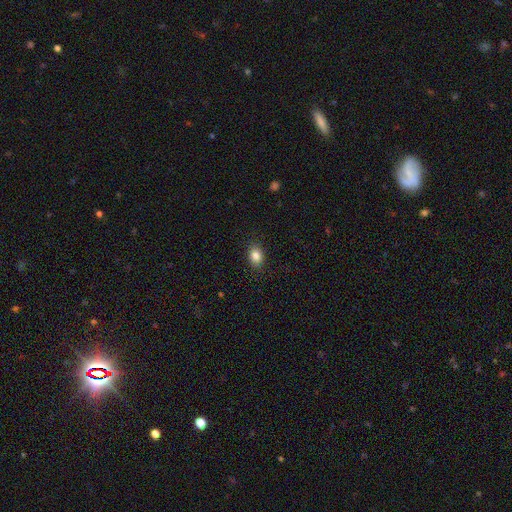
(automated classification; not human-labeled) smooth 85%, star or artifact 10%, featured or disk 6%. Down the decision tree: how rounded — in between (68%); merging — none (88%).